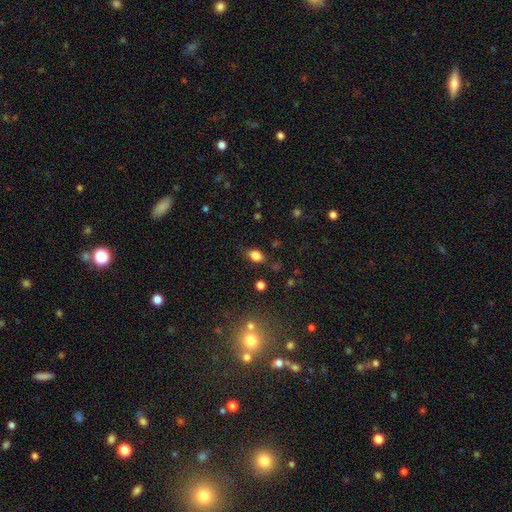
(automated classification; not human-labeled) The model was most divided on "how rounded": in between: 79%, round: 18%, cigar-shaped: 2%. More confident: smooth or featured — smooth (82%); merging — none (78%).